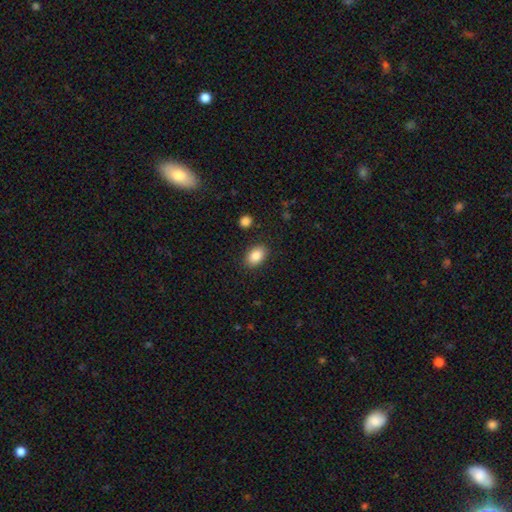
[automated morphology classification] smooth-or-featured: smooth: 87% | star or artifact: 8% | featured or disk: 5%
  how-rounded: in between: 84% | round: 15% | cigar-shaped: 1%
  merging: none: 87% | minor disturbance: 9% | major disturbance: 3% | merger: 2%